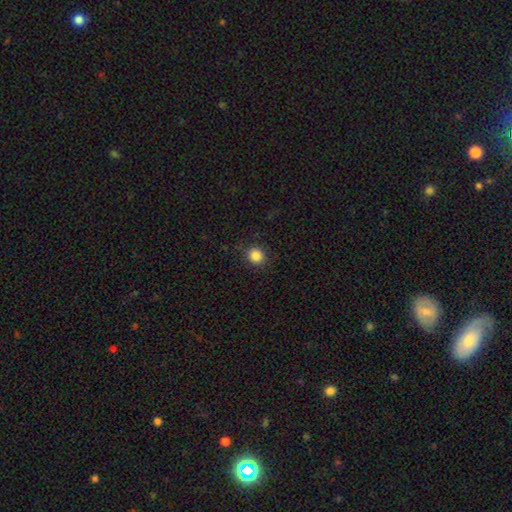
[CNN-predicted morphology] This is clearly a smooth galaxy (85%). How rounded: clearly round (88%). Merging: clearly none (89%).